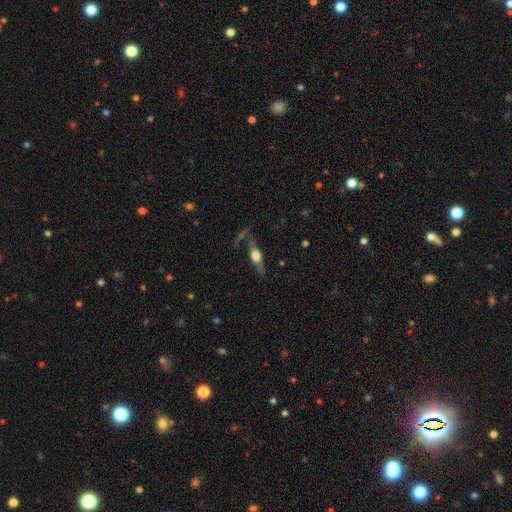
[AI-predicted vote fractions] Smooth or featured: featured or disk — 57% (smooth — 36%)
Edge-on disk: yes — 88% (no — 12%)
Merging: none — 67% (minor disturbance — 18%)